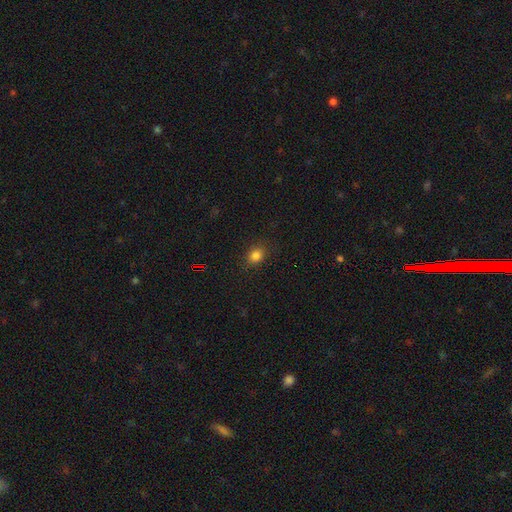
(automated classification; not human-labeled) Morphology: type=smooth (82%); roundness=round (54%); merging=none (85%).